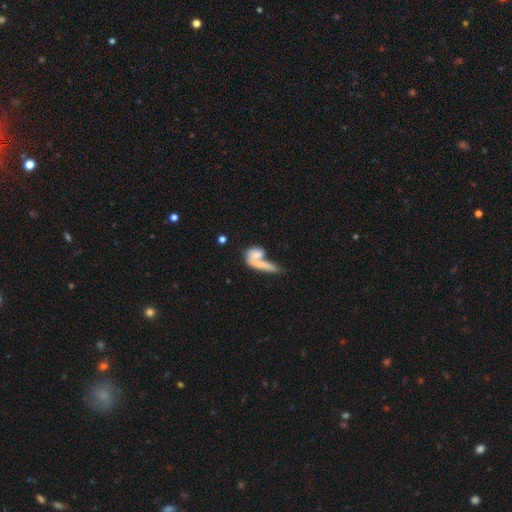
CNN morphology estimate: Smooth or featured? Predicted: smooth (p=0.65). How rounded? Predicted: in between (p=0.52). Merging? Predicted: merger (p=0.53).